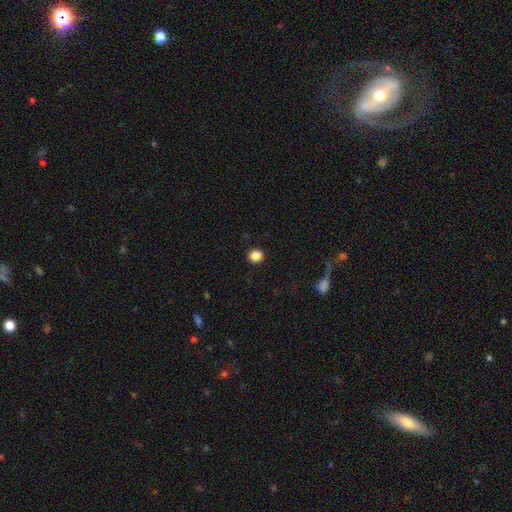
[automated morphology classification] The model was most divided on "smooth or featured": smooth: 86%, star or artifact: 10%, featured or disk: 4%. More confident: merging — none (93%); how rounded — round (90%).